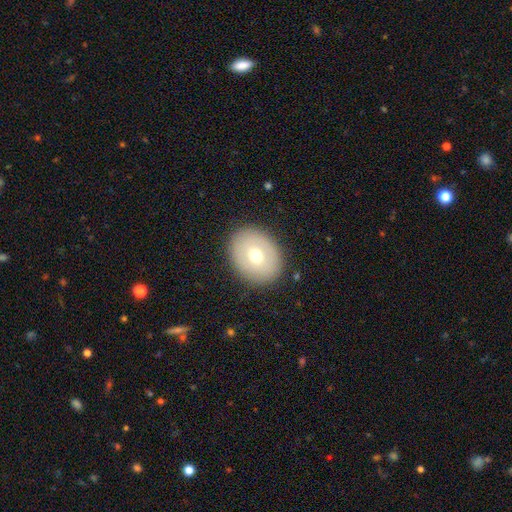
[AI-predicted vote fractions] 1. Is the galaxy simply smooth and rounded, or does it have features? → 61% smooth, 31% featured or disk, 8% star or artifact.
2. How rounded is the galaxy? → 51% in between, 48% round, 1% cigar-shaped.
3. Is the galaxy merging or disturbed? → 87% none, 9% minor disturbance, 3% major disturbance, 1% merger.